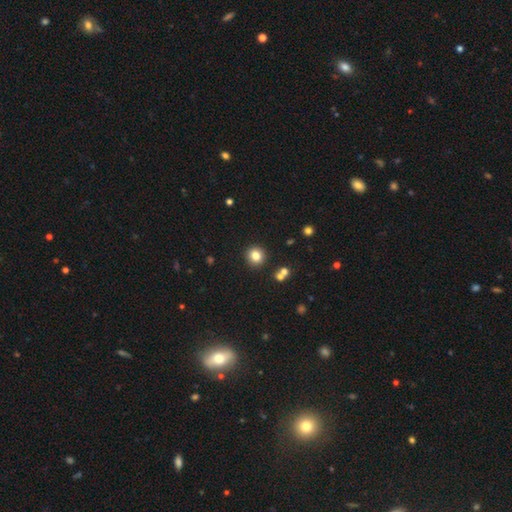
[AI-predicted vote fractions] A smooth galaxy with no disk features (82%) that is round (89%). Merging: none (88%).